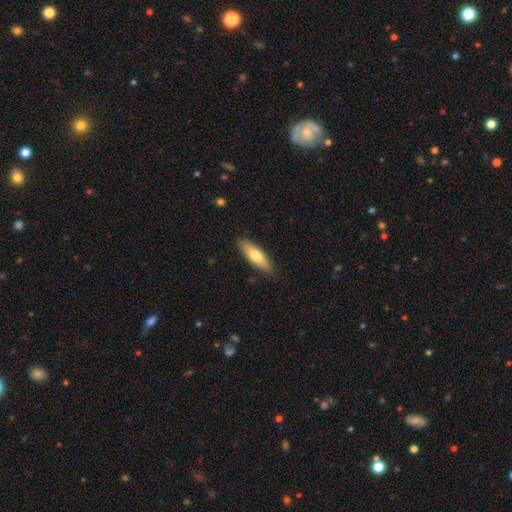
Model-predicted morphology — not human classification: Smooth or featured? Predicted: smooth (p=0.69). How rounded? Predicted: cigar-shaped (p=0.51). Merging? Predicted: none (p=0.87).